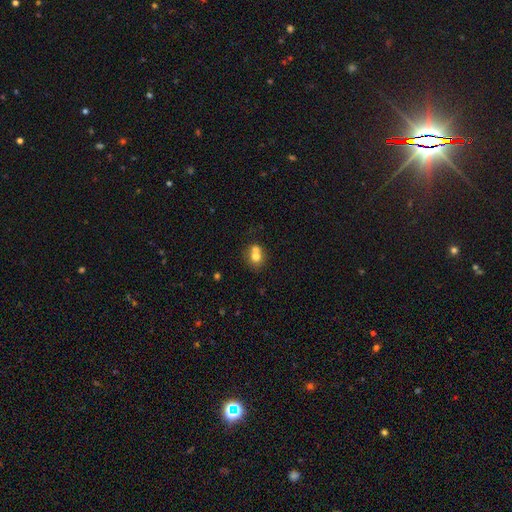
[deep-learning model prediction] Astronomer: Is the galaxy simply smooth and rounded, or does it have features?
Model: smooth — 71%.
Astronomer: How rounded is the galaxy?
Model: round — 75%.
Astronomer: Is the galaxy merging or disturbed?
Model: merger — 53% (runner-up: none, 37%).